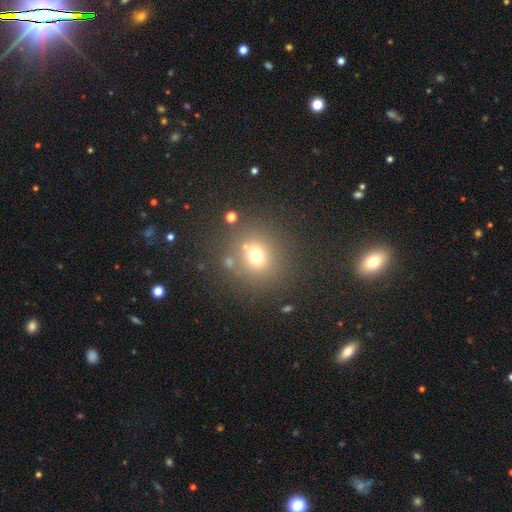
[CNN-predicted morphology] Smooth or featured: smooth — 68% (star or artifact — 20%)
How rounded: round — 84% (in between — 15%)
Merging: none — 77% (minor disturbance — 10%)